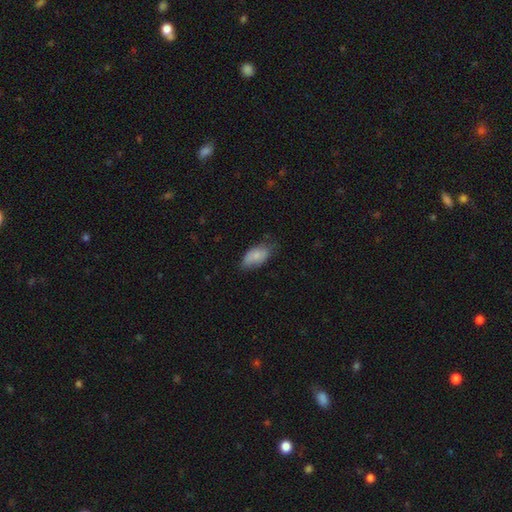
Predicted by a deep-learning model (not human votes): This appears to be a smooth galaxy with no disk features (79%) that is in between round and cigar-shaped (93%). Merging: none (60%).